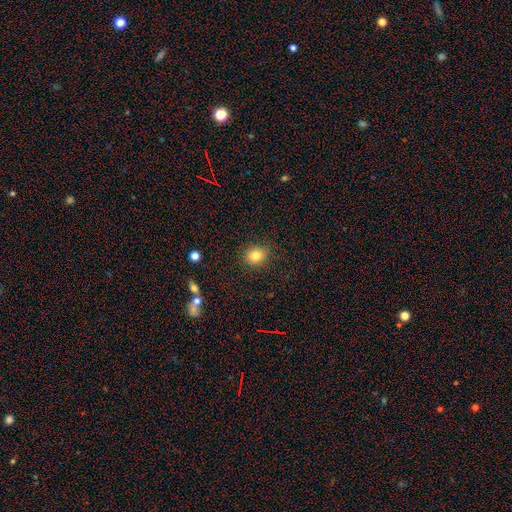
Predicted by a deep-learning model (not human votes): Smooth or featured: smooth — 81% (star or artifact — 11%)
How rounded: round — 72% (in between — 27%)
Merging: none — 87% (minor disturbance — 9%)